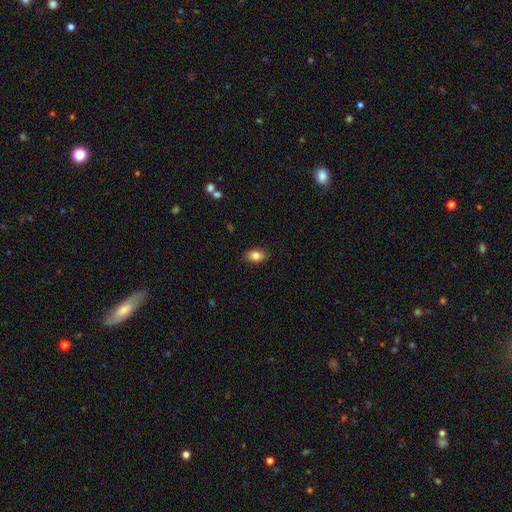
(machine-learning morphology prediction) Overall: smooth (84%). How rounded: in between (86%). Merging: none (88%).